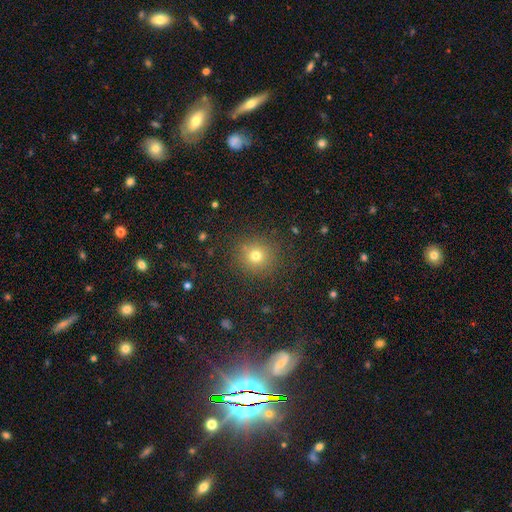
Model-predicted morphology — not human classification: A smooth galaxy with no disk features (74%) that is round (92%).

Vote fractions:
- Smooth or featured? smooth: 74% / star or artifact: 18% / featured or disk: 8%
- How rounded? round: 92% / in between: 7% / cigar-shaped: 1%
- Merging? none: 88% / minor disturbance: 8% / major disturbance: 3% / merger: 1%